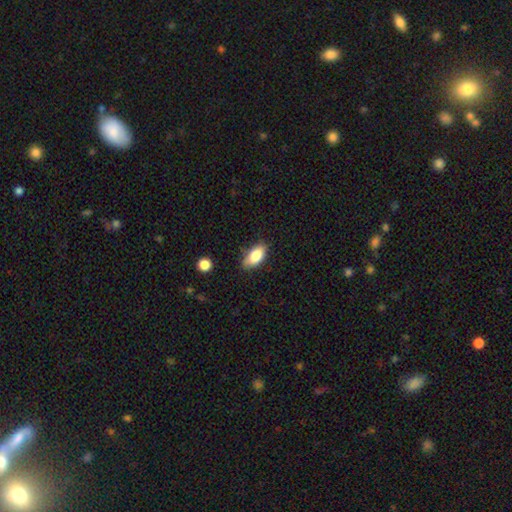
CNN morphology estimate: smooth 83%, featured or disk 10%, star or artifact 8%. Down the decision tree: how rounded — in between (90%); merging — none (75%).